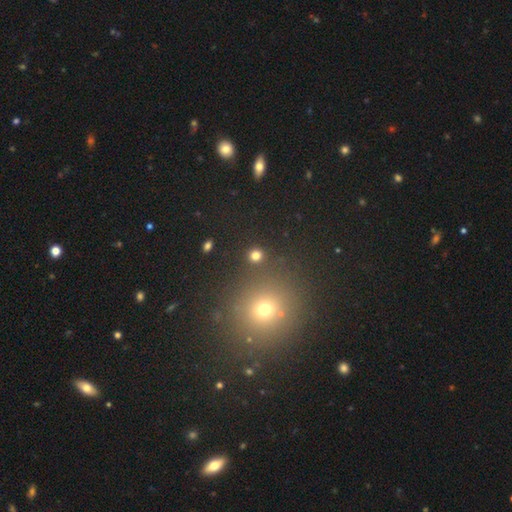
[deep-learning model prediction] This appears to be a smooth galaxy with no disk features (78%) that is round (89%). Merging: none (87%).